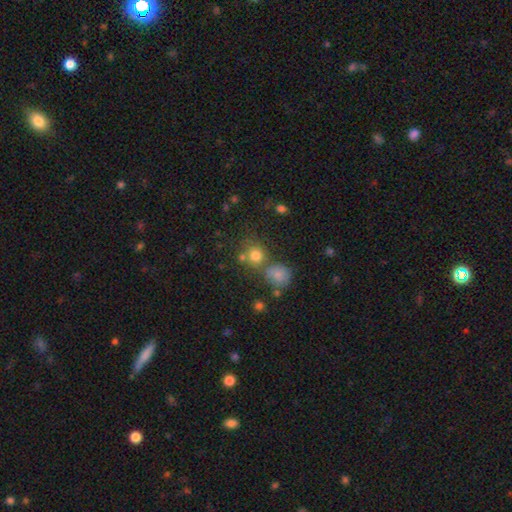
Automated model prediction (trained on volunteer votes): Smooth or featured?
  - smooth: 77% *
  - star or artifact: 15%
  - featured or disk: 8%
How rounded?
  - round: 86% *
  - in between: 13%
  - cigar-shaped: 1%
Merging?
  - none: 62% *
  - merger: 24%
  - minor disturbance: 10%
  - major disturbance: 5%